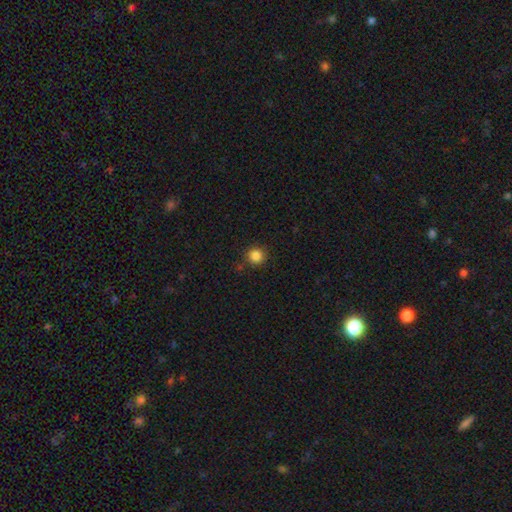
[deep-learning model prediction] A smooth galaxy with no disk features (84%) that is round (94%).

Vote fractions:
- Smooth or featured? smooth: 84% / star or artifact: 12% / featured or disk: 4%
- How rounded? round: 94% / in between: 5% / cigar-shaped: 1%
- Merging? none: 88% / minor disturbance: 7% / merger: 2% / major disturbance: 2%